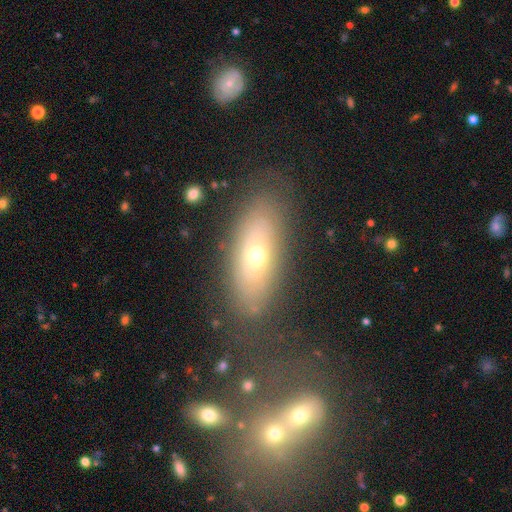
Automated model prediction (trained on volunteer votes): Overall: smooth (54%; featured or disk 34%). How rounded: in between (70%). Merging: none (77%).